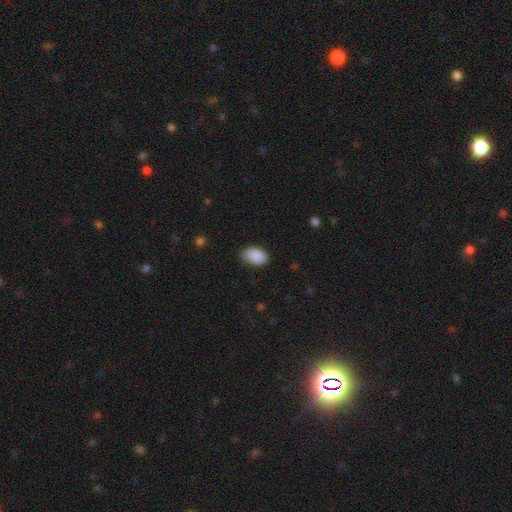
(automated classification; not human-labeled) Overall: smooth (90%). How rounded: in between (87%). Merging: none (73%).